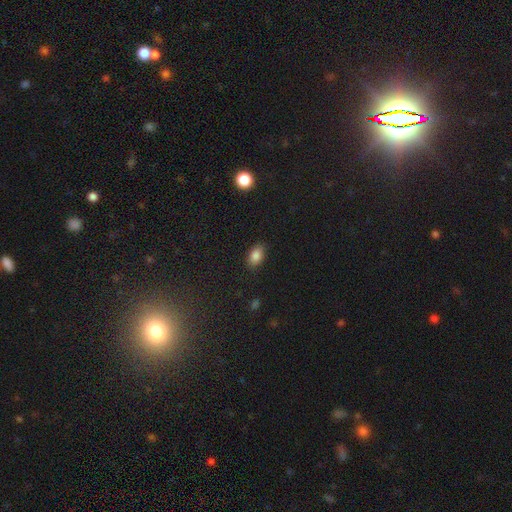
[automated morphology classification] smooth_or_featured: smooth (p=0.85) [alt: star or artifact p=0.10]
how_rounded: in between (p=0.87) [alt: round p=0.11]
merging: none (p=0.85) [alt: minor disturbance p=0.11]